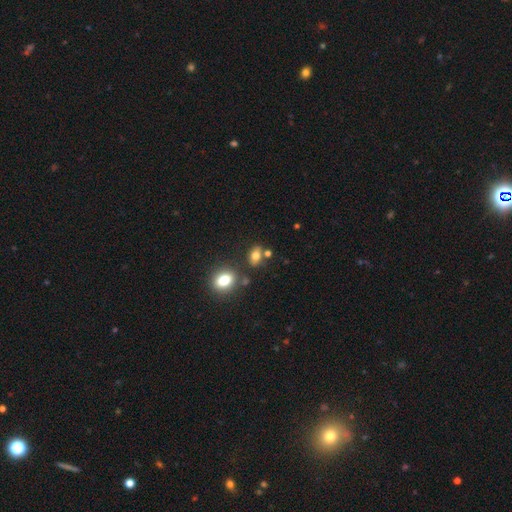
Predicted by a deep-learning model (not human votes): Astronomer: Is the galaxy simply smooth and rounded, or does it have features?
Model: smooth — 75%.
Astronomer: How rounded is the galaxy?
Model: in between — 77%.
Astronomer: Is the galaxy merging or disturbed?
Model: none — 69%.